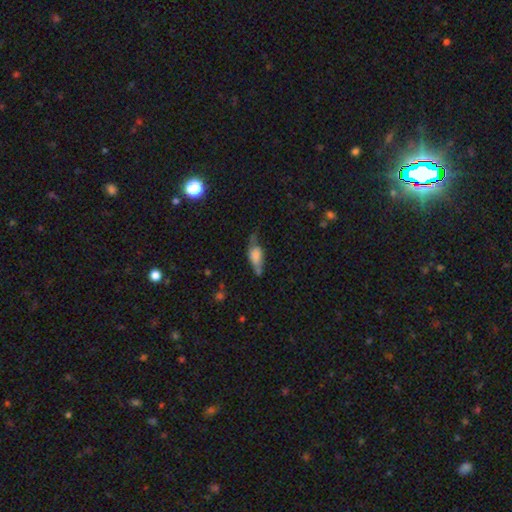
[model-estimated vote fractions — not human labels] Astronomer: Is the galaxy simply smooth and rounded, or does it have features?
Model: smooth — 53% (runner-up: featured or disk, 39%).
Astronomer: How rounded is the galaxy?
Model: in between — 72%.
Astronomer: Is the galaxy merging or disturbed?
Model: none — 34% (runner-up: minor disturbance, 33%).